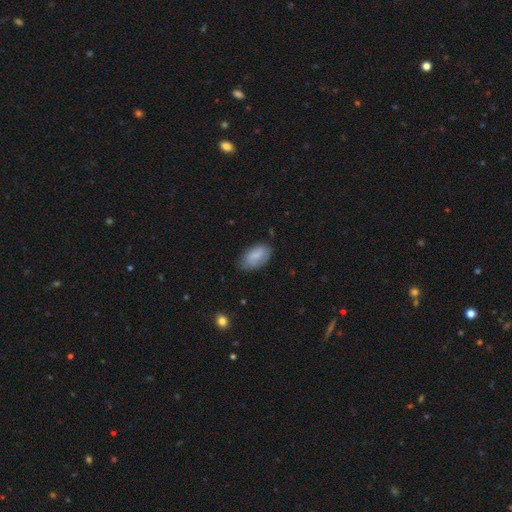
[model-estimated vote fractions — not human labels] Smooth or featured?
  - smooth: 80% *
  - featured or disk: 14%
  - star or artifact: 6%
How rounded?
  - in between: 94% *
  - round: 4%
  - cigar-shaped: 2%
Merging?
  - none: 71% *
  - minor disturbance: 23%
  - major disturbance: 5%
  - merger: 1%